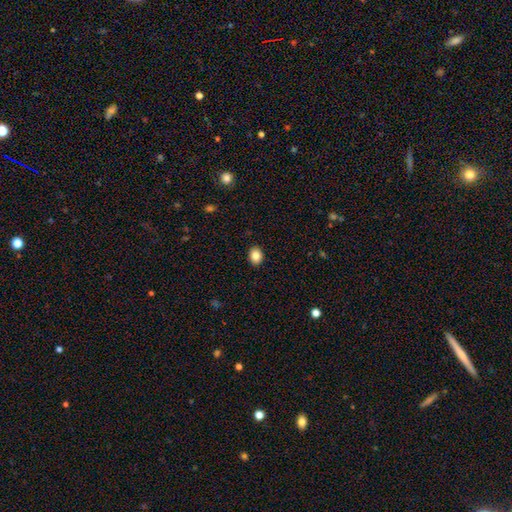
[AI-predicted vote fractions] smooth 85%, star or artifact 9%, featured or disk 6%. Down the decision tree: how rounded — in between (55%); merging — none (91%).